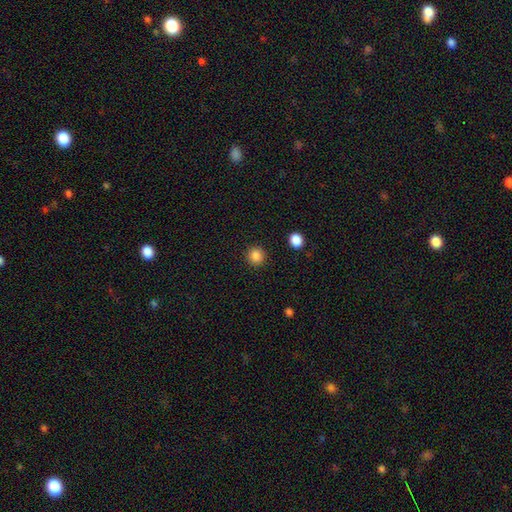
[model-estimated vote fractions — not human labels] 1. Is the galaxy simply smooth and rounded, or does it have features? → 86% smooth, 11% star or artifact, 3% featured or disk.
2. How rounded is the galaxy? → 92% round, 7% in between, 1% cigar-shaped.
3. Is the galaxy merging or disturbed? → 92% none, 5% minor disturbance, 2% major disturbance, 1% merger.